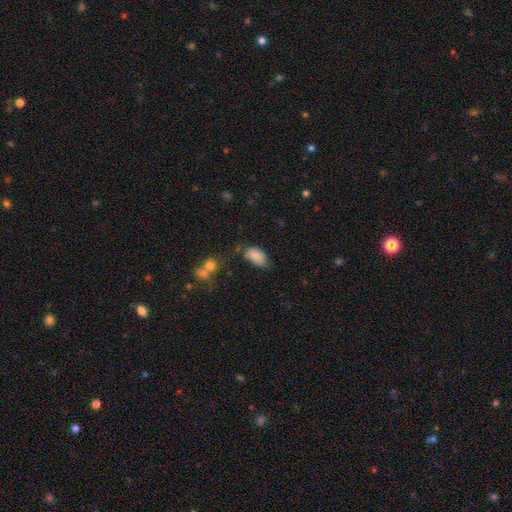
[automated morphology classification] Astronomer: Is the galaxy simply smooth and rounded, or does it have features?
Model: smooth — 86%.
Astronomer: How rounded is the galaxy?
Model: in between — 93%.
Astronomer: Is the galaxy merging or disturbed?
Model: none — 60%.